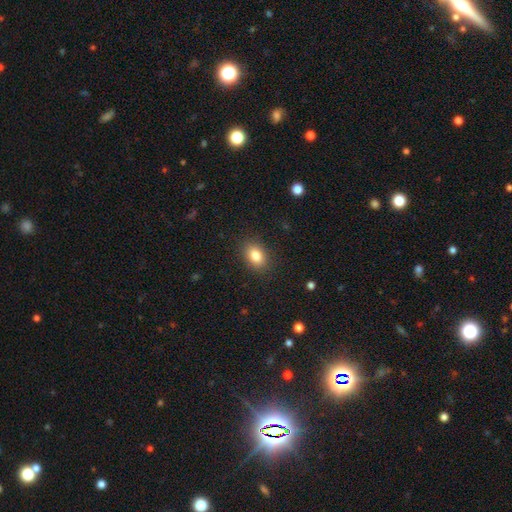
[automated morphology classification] Overall: smooth (82%). How rounded: in between (76%). Merging: none (88%).